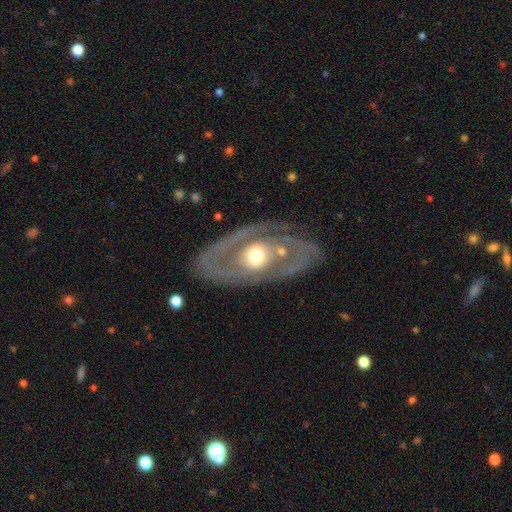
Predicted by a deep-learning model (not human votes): Smooth or featured? featured or disk (39%)
Merging? none (66%)